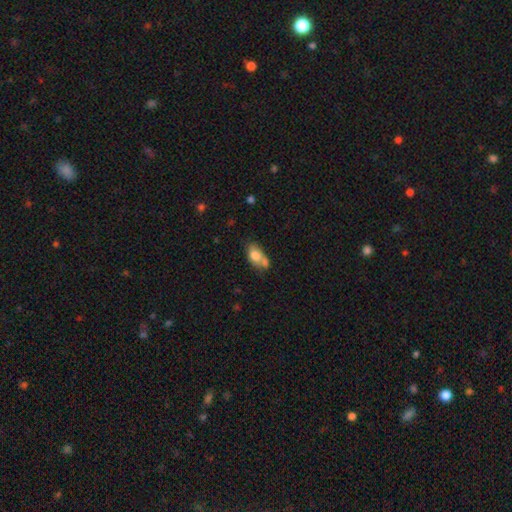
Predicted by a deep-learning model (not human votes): Overall: smooth (76%). How rounded: in between (83%). Merging: merger (42%; none 33%).